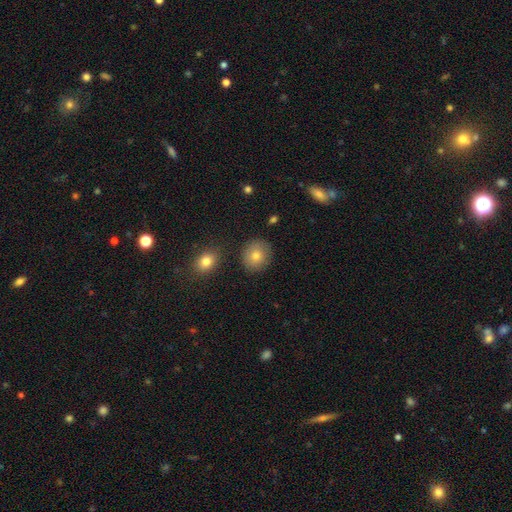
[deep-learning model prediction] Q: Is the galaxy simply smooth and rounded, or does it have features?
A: smooth — 78%.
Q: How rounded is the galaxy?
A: round — 79%.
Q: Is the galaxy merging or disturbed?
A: none — 87%.